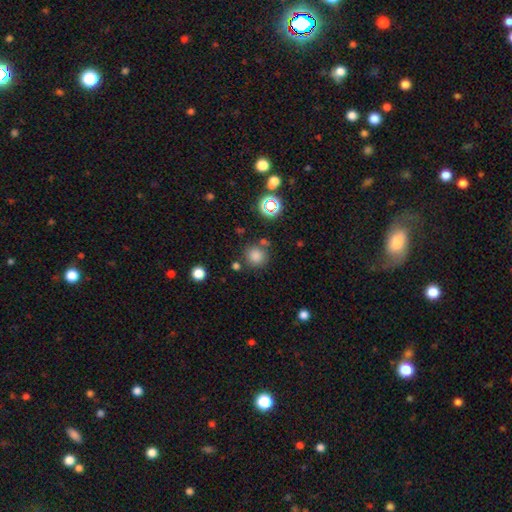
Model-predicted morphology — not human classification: smooth_or_featured: smooth (p=0.79) [alt: star or artifact p=0.16]
how_rounded: round (p=0.92) [alt: in between p=0.07]
merging: none (p=0.75) [alt: minor disturbance p=0.11]